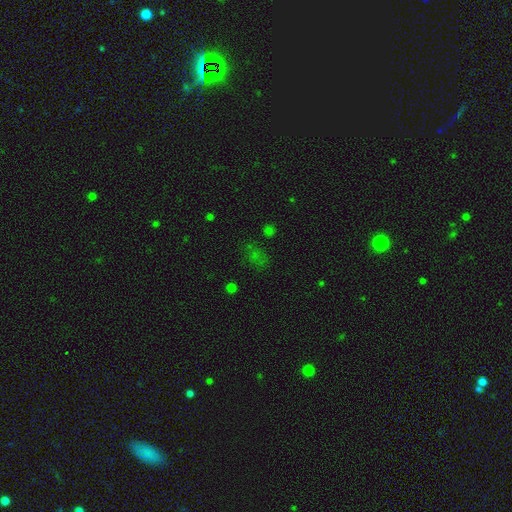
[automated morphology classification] smooth-or-featured: smooth: 46% | star or artifact: 44% | featured or disk: 10%
  merging: none: 65% | minor disturbance: 17% | major disturbance: 13% | merger: 5%